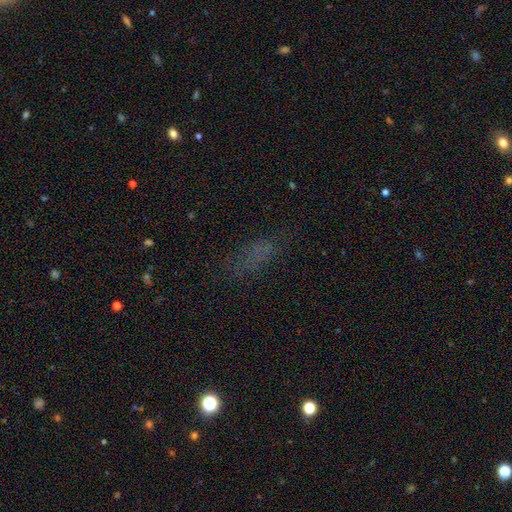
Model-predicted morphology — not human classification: Smooth or featured? Predicted: smooth (p=0.55). How rounded? Predicted: in between (p=0.59). Merging? Predicted: none (p=0.67).